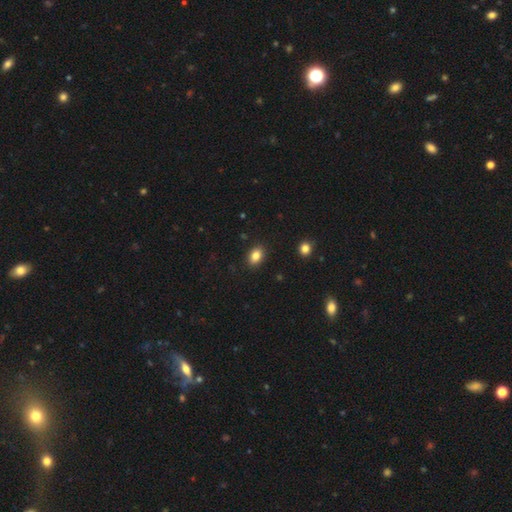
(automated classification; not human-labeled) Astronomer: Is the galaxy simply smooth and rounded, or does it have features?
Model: smooth — 84%.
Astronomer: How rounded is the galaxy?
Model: in between — 79%.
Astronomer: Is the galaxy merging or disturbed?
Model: none — 89%.